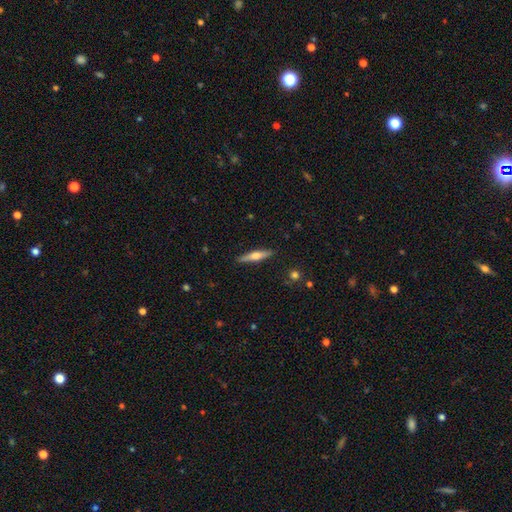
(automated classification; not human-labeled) This appears to be a featured or disk galaxy (54%) viewed edge-on (96%) with a rounded central bulge (91%). Merging: none (90%).